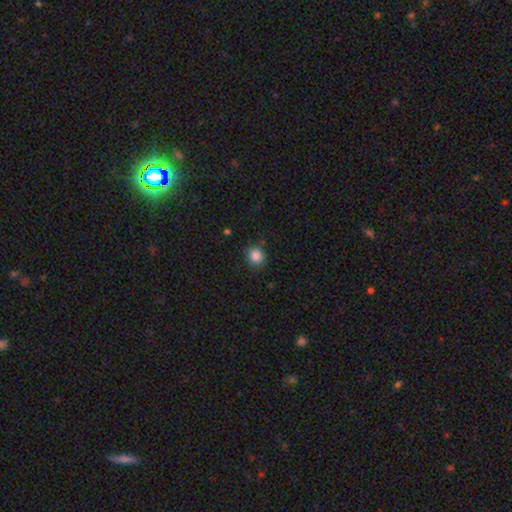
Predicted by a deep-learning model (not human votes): This is clearly a smooth galaxy (86%). How rounded: clearly round (83%). Merging: clearly none (86%).